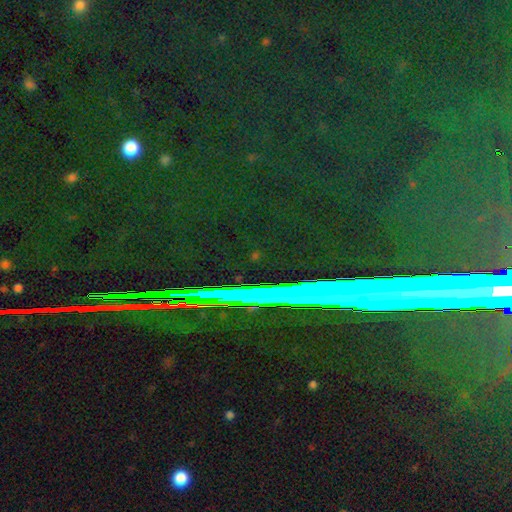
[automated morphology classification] A star or artifact, not a galaxy (75%).

Vote fractions:
- Smooth or featured? star or artifact: 75% / smooth: 13% / featured or disk: 12%